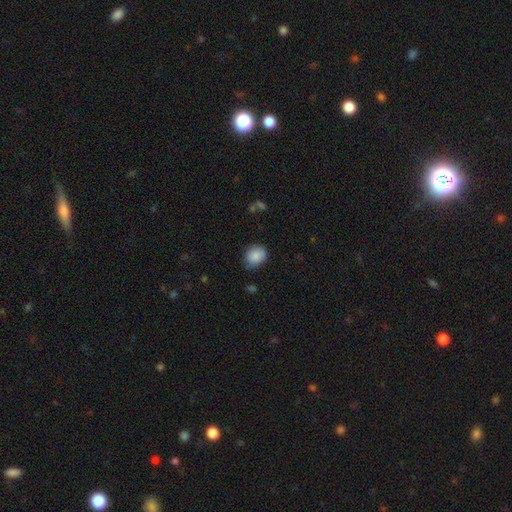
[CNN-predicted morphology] smooth 87%, star or artifact 7%, featured or disk 6%. Down the decision tree: how rounded — round (59%); merging — none (71%).